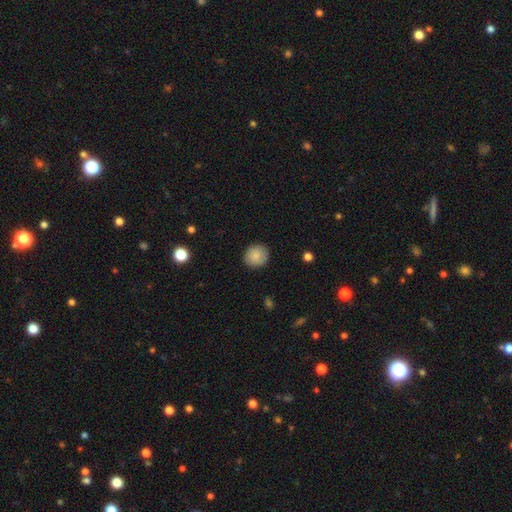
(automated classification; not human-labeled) smooth-or-featured: smooth: 85% | featured or disk: 8% | star or artifact: 8%
  how-rounded: round: 87% | in between: 12% | cigar-shaped: 1%
  merging: none: 89% | minor disturbance: 8% | major disturbance: 2% | merger: 1%